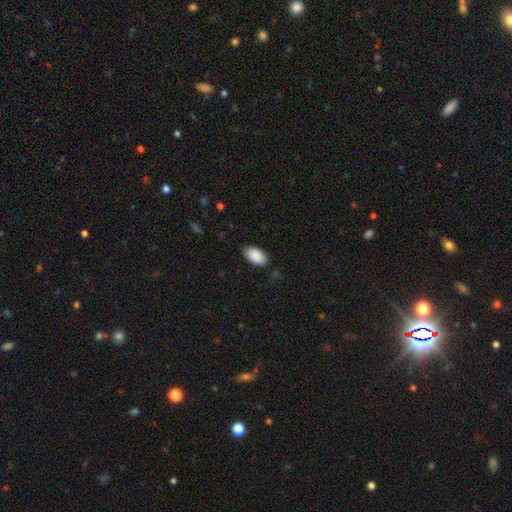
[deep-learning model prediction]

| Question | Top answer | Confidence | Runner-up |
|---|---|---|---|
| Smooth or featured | smooth | 90% | star or artifact (6%) |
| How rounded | in between | 96% | round (3%) |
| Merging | none | 85% | minor disturbance (12%) |